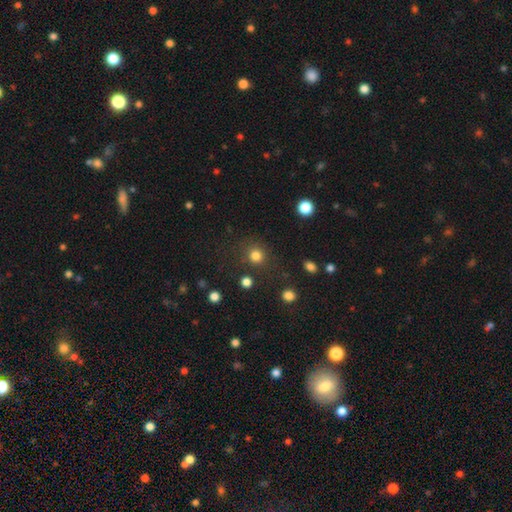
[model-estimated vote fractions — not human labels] Smooth or featured?
  - smooth: 81% *
  - star or artifact: 14%
  - featured or disk: 5%
How rounded?
  - round: 90% *
  - in between: 9%
  - cigar-shaped: 1%
Merging?
  - none: 81% *
  - minor disturbance: 9%
  - major disturbance: 5%
  - merger: 5%